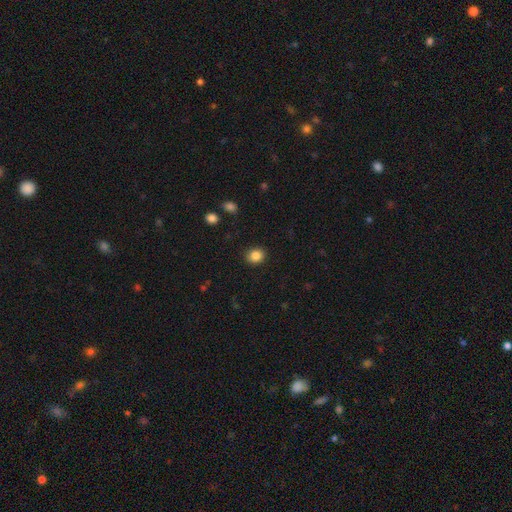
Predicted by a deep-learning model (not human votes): This is clearly a smooth galaxy (86%). How rounded: likely round (67%). Merging: clearly none (89%).